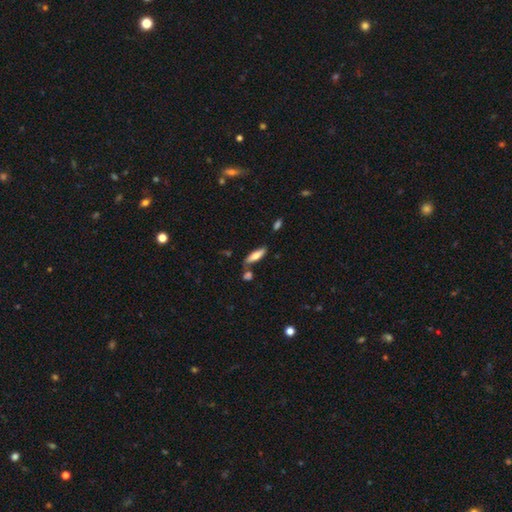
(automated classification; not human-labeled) The model was most divided on "how rounded": cigar-shaped: 56%, in between: 42%, round: 2%. More confident: merging — none (75%); smooth or featured — smooth (67%).